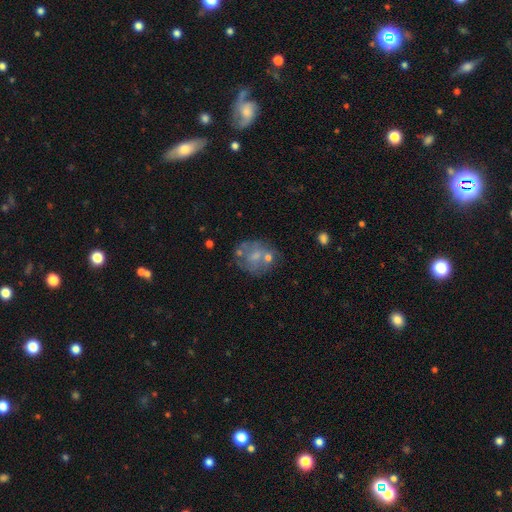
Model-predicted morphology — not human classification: Q: Smooth or featured?
A: featured or disk (47%); runner-up: smooth (43%)
Q: Merging?
A: none (46%); runner-up: minor disturbance (21%)